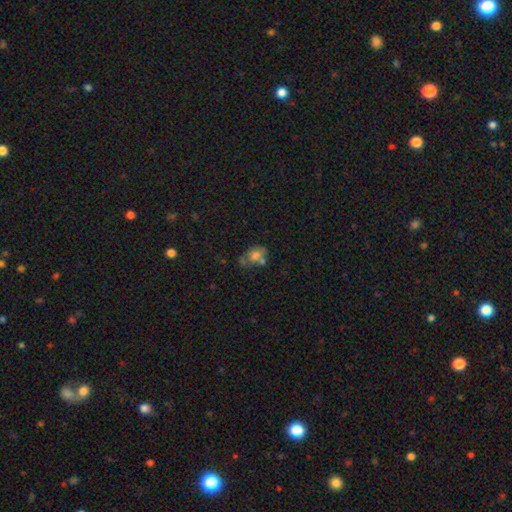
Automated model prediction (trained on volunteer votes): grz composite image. It shows a smooth galaxy with no disk features (66%) that is in between round and cigar-shaped (76%). Merging: none (39%).